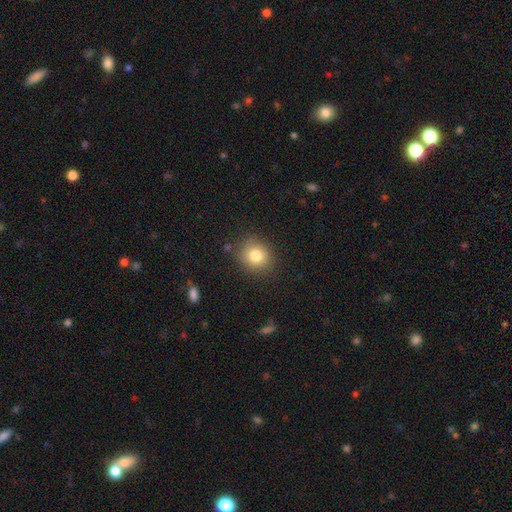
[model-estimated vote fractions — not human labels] smooth-or-featured: smooth: 80% | star or artifact: 11% | featured or disk: 9%
  how-rounded: round: 74% | in between: 26% | cigar-shaped: 1%
  merging: none: 84% | minor disturbance: 11% | major disturbance: 3% | merger: 2%